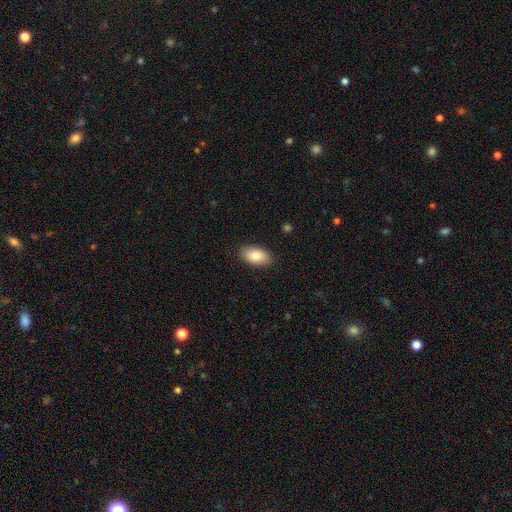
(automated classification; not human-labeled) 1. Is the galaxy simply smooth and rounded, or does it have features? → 85% smooth, 9% featured or disk, 6% star or artifact.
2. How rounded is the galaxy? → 94% in between, 4% round, 2% cigar-shaped.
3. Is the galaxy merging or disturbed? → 88% none, 9% minor disturbance, 2% major disturbance, 1% merger.